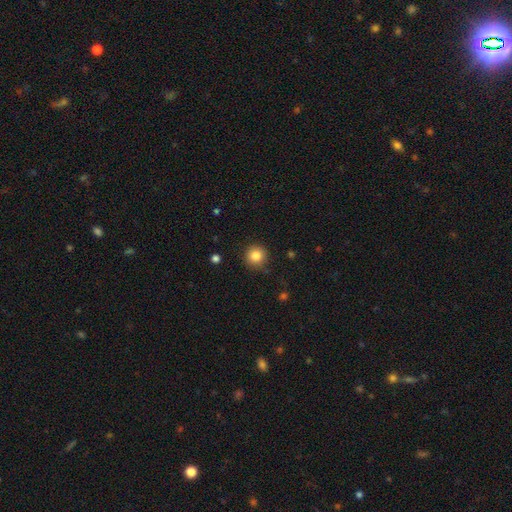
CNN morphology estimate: Overall: smooth (84%). How rounded: round (95%). Merging: none (87%).